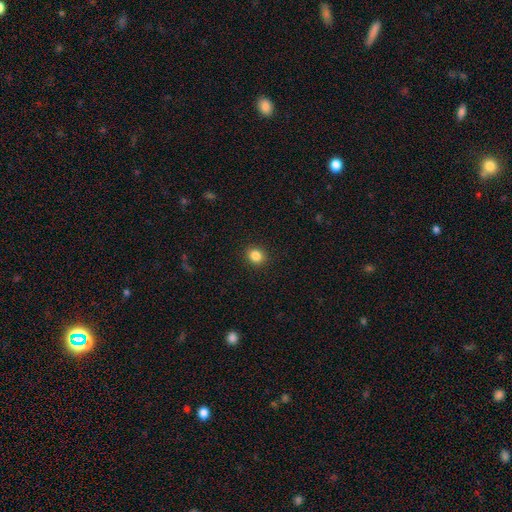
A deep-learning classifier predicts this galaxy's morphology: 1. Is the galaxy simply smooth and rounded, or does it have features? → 85% smooth, 11% star or artifact, 4% featured or disk.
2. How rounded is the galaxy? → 76% round, 23% in between, 1% cigar-shaped.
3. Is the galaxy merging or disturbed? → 91% none, 6% minor disturbance, 2% major disturbance, 1% merger.